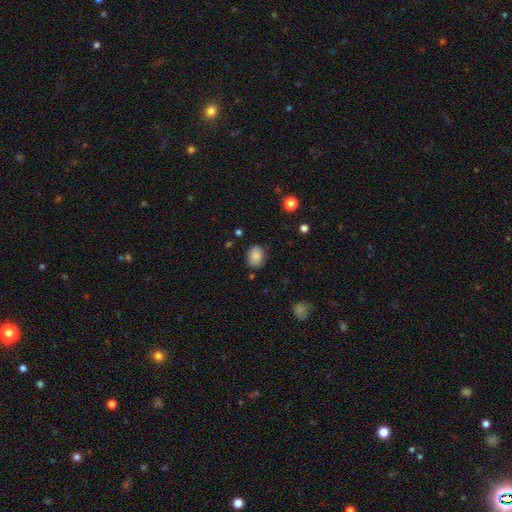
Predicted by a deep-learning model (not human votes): smooth 85%, star or artifact 8%, featured or disk 6%. Down the decision tree: how rounded — in between (61%); merging — none (77%).